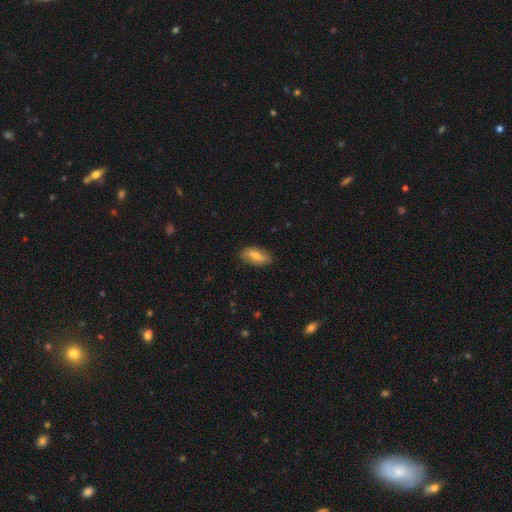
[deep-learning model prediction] Smooth or featured: smooth — 68% (featured or disk — 25%)
How rounded: in between — 86% (cigar-shaped — 11%)
Merging: none — 83% (minor disturbance — 13%)